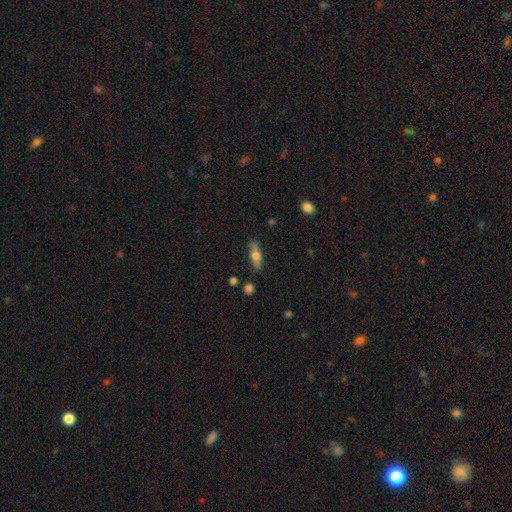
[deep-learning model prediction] Overall: smooth (56%; featured or disk 37%). How rounded: cigar-shaped (51%; in between 45%). Merging: none (81%).